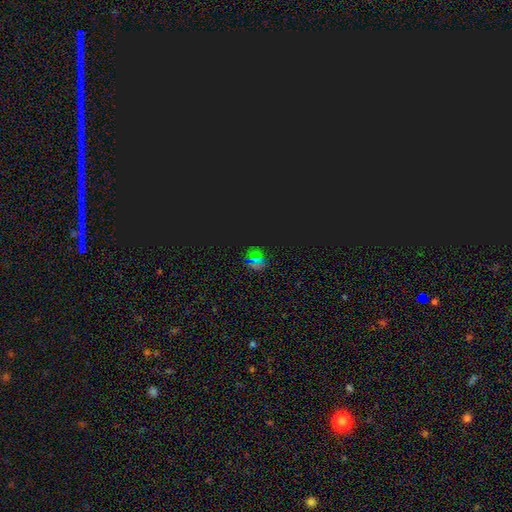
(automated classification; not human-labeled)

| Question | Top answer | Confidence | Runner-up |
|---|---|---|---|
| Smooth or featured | star or artifact | 71% | smooth (20%) |